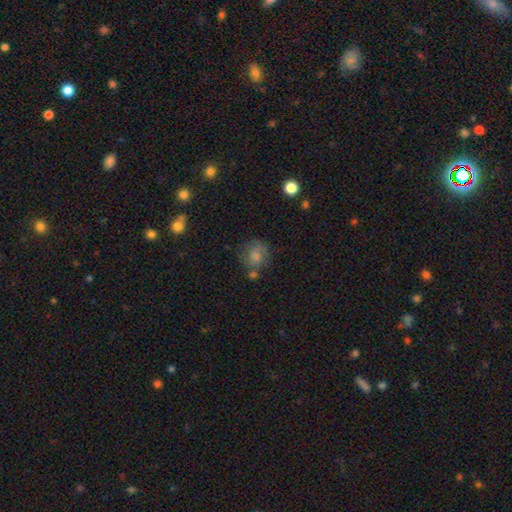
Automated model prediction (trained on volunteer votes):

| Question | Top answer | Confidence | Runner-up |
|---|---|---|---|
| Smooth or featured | smooth | 69% | featured or disk (20%) |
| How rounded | round | 68% | in between (31%) |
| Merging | none | 50% | minor disturbance (24%) |